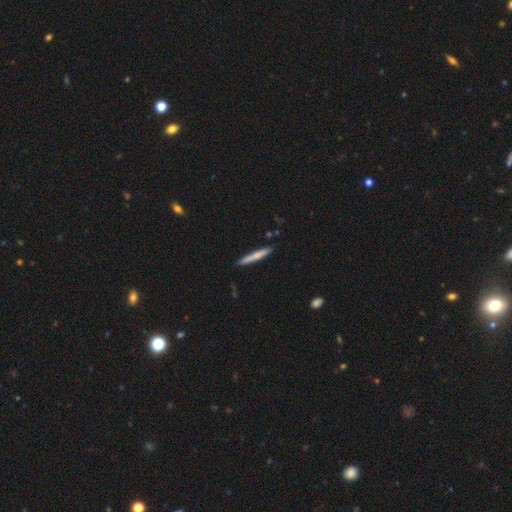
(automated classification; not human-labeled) A smooth galaxy with no disk features (70%) that is cigar-shaped (95%). Merging: none (88%).